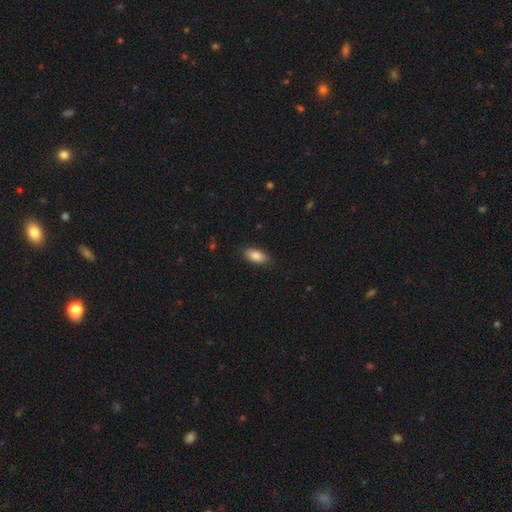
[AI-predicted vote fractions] This appears to be a smooth galaxy with no disk features (86%) that is in between round and cigar-shaped (90%). Merging: none (86%).